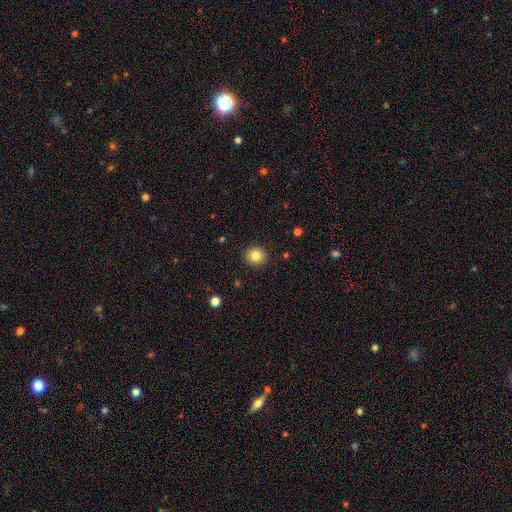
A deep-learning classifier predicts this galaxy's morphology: Overall: smooth (83%). How rounded: round (91%). Merging: none (92%).